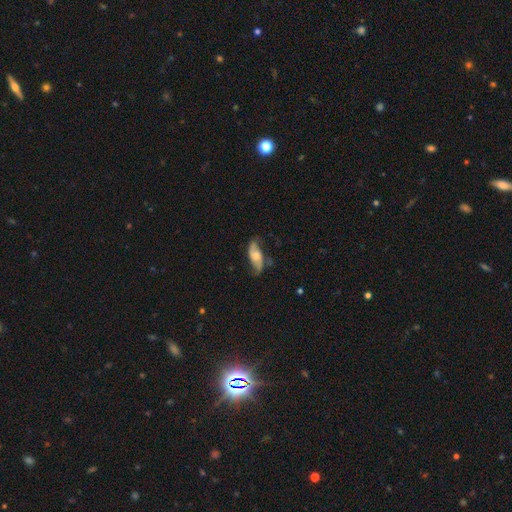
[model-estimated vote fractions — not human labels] Smooth or featured: featured or disk — 64% (smooth — 29%)
Edge-on disk: no — 88% (yes — 12%)
Bar: no — 61% (weak — 31%)
Spiral arms: yes — 89% (no — 11%)
Spiral winding: loose — 60% (medium — 30%)
Spiral arm count: 2 — 88% (can't tell — 6%)
Bulge size: moderate — 45% (small — 27%)
Merging: none — 62% (minor disturbance — 24%)